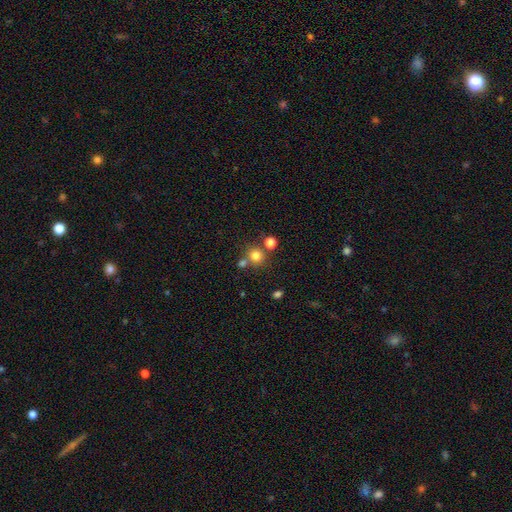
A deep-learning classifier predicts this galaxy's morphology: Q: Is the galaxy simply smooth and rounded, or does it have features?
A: smooth — 77%.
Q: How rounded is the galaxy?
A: round — 89%.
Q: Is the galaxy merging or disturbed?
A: none — 68%.